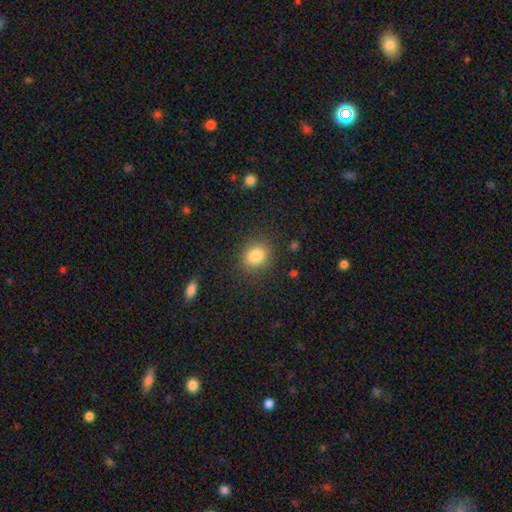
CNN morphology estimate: Smooth or featured? smooth (84%)
How rounded? round (61%)
Merging? none (84%)